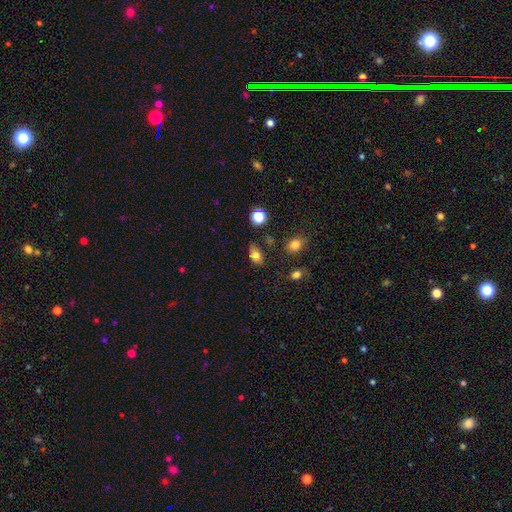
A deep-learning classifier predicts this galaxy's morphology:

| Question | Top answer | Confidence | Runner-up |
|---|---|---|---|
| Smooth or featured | smooth | 78% | star or artifact (12%) |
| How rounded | in between | 79% | round (19%) |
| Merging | none | 71% | minor disturbance (20%) |